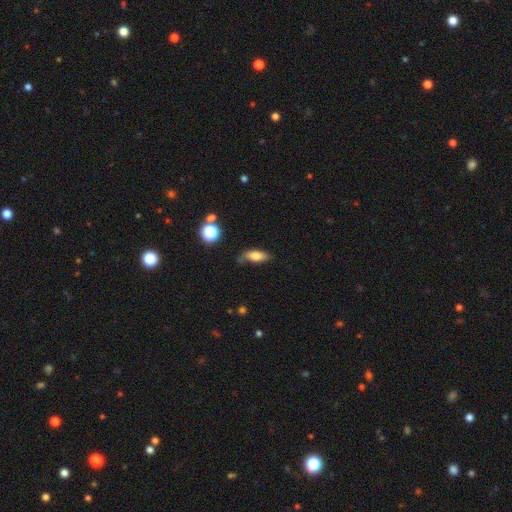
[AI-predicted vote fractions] Smooth or featured? Predicted: smooth (p=0.75). How rounded? Predicted: in between (p=0.70). Merging? Predicted: none (p=0.62).